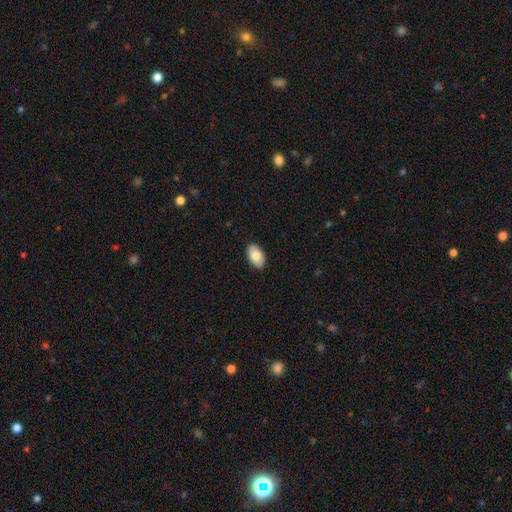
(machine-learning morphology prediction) A smooth galaxy with no disk features (82%) that is in between round and cigar-shaped (94%).

Vote fractions:
- Smooth or featured? smooth: 82% / featured or disk: 12% / star or artifact: 6%
- How rounded? in between: 94% / round: 4% / cigar-shaped: 2%
- Merging? none: 88% / minor disturbance: 9% / major disturbance: 2% / merger: 1%